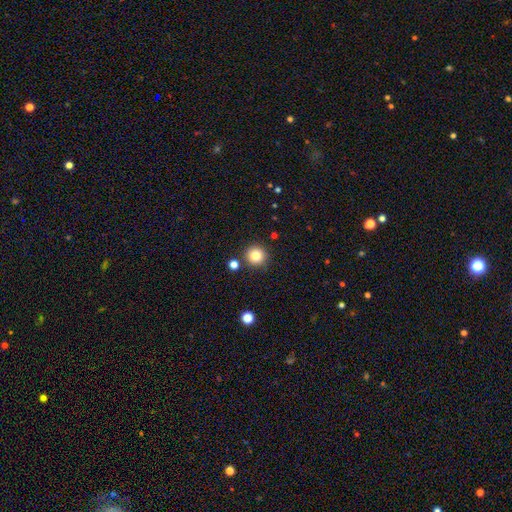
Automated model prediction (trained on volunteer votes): A smooth galaxy with no disk features (82%) that is round (94%).

Vote fractions:
- Smooth or featured? smooth: 82% / star or artifact: 12% / featured or disk: 6%
- How rounded? round: 94% / in between: 5% / cigar-shaped: 1%
- Merging? none: 87% / minor disturbance: 7% / merger: 5% / major disturbance: 2%